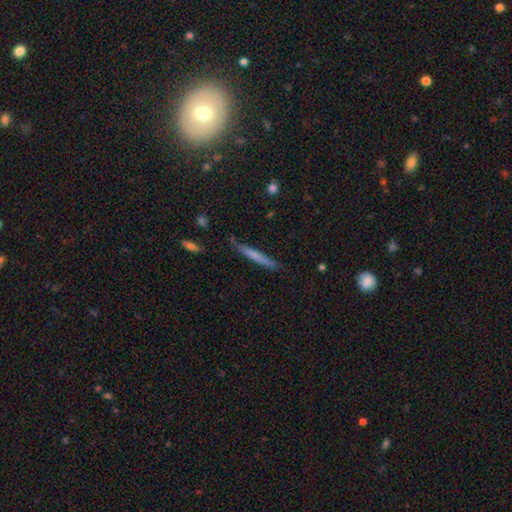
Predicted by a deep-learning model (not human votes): smooth-or-featured: smooth: 59% | featured or disk: 34% | star or artifact: 7%
  how-rounded: cigar-shaped: 96% | in between: 3% | round: 1%
  merging: none: 83% | minor disturbance: 13% | major disturbance: 2% | merger: 2%